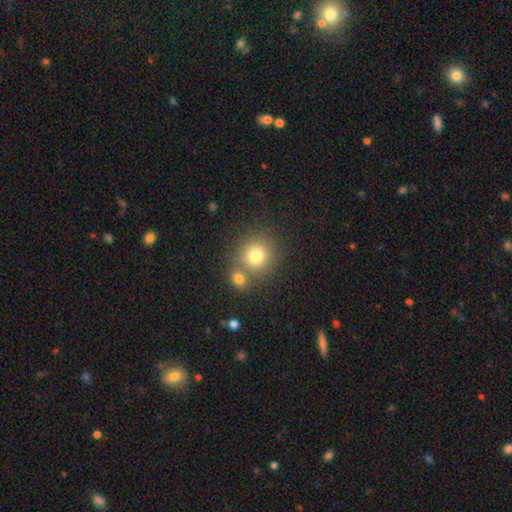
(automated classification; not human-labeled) This appears to be a smooth galaxy with no disk features (76%) that is round (88%). Merging: none (60%).